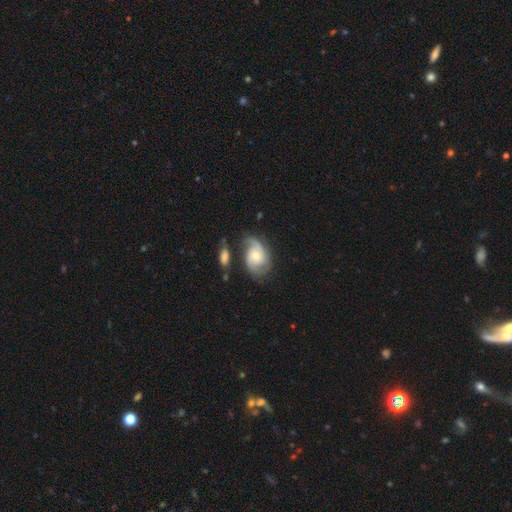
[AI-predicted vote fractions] Morphology: type=featured or disk (80%); edge-on=no (97%); bar=no (69%); spiral arms=yes (95%); winding=medium (43%); arm count=2 (59%); bulge=moderate (57%); merging=none (56%).